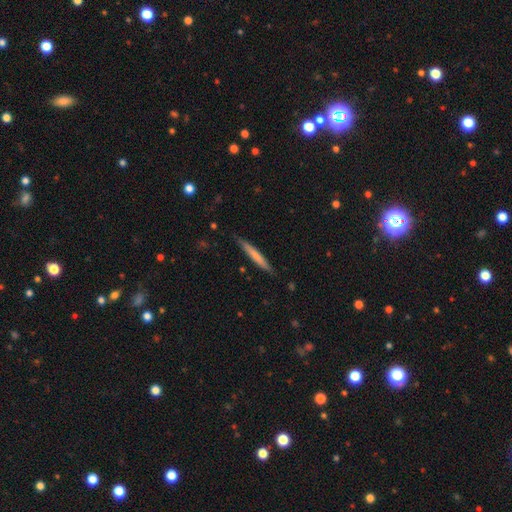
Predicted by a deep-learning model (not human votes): A smooth galaxy with no disk features (66%) that is cigar-shaped (96%).

Vote fractions:
- Smooth or featured? smooth: 66% / featured or disk: 28% / star or artifact: 5%
- How rounded? cigar-shaped: 96% / in between: 3% / round: 1%
- Merging? none: 85% / minor disturbance: 12% / major disturbance: 2% / merger: 1%